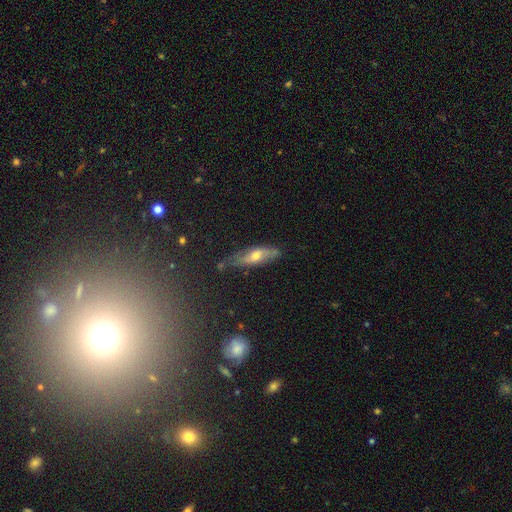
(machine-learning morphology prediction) This is possibly a featured or disk galaxy (50%). It is likely viewed edge-on (60%). Merging: likely none (73%).